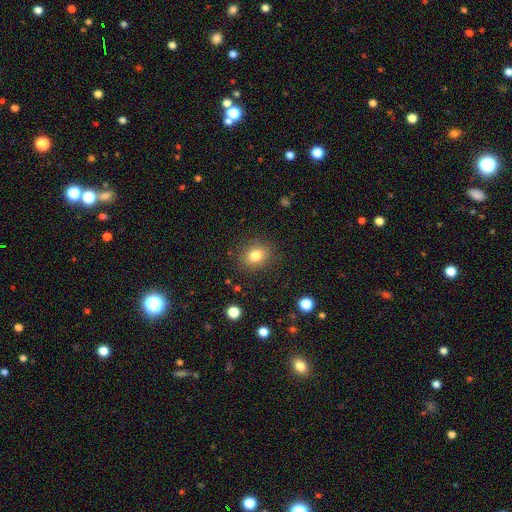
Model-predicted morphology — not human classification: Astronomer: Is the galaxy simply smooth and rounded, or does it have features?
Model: smooth — 81%.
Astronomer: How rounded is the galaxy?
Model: round — 56% (runner-up: in between, 43%).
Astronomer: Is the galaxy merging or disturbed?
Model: none — 86%.